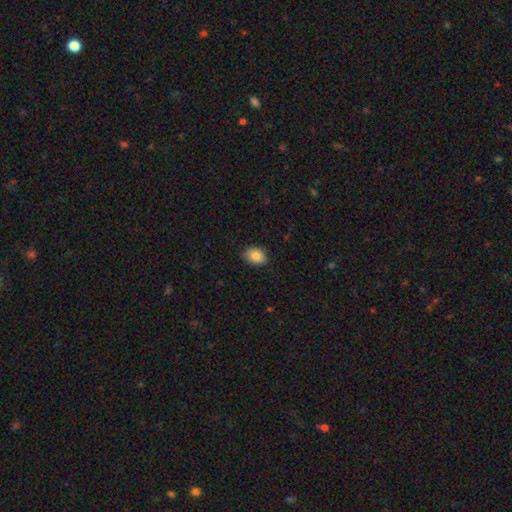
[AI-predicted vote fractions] Q: Smooth or featured?
A: smooth (86%); runner-up: star or artifact (8%)
Q: How rounded?
A: in between (72%); runner-up: round (27%)
Q: Merging?
A: none (85%); runner-up: minor disturbance (11%)